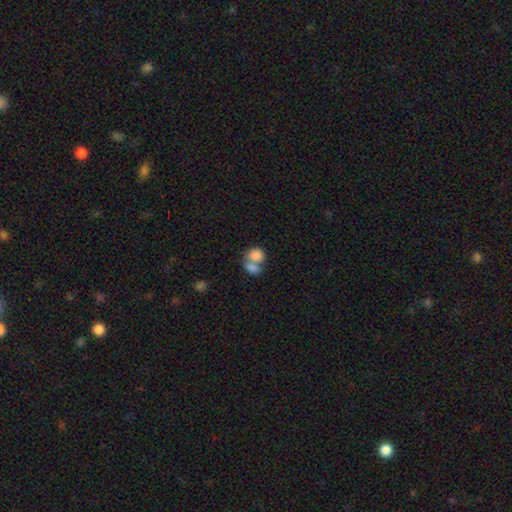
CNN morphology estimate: smooth-or-featured: smooth: 81% | featured or disk: 11% | star or artifact: 8%
  how-rounded: round: 50% | in between: 49% | cigar-shaped: 1%
  merging: merger: 66% | none: 24% | minor disturbance: 7% | major disturbance: 4%